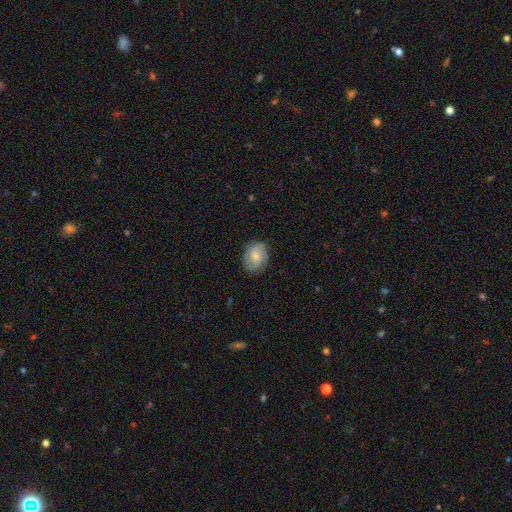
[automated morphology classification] Overall: smooth (53%; featured or disk 39%). How rounded: in between (52%; round 47%). Merging: none (81%).